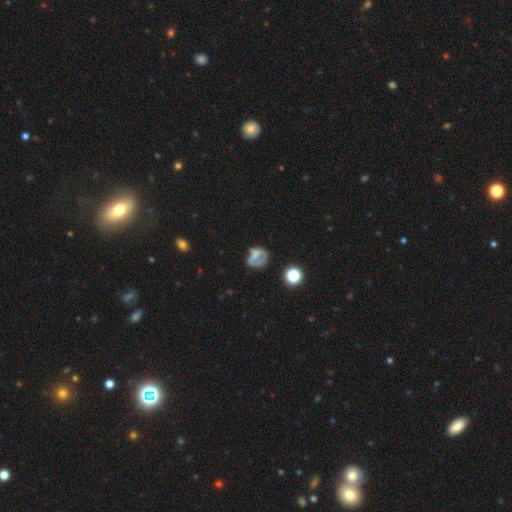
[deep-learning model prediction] Smooth or featured? Predicted: smooth (p=0.44). Merging? Predicted: none (p=0.41).